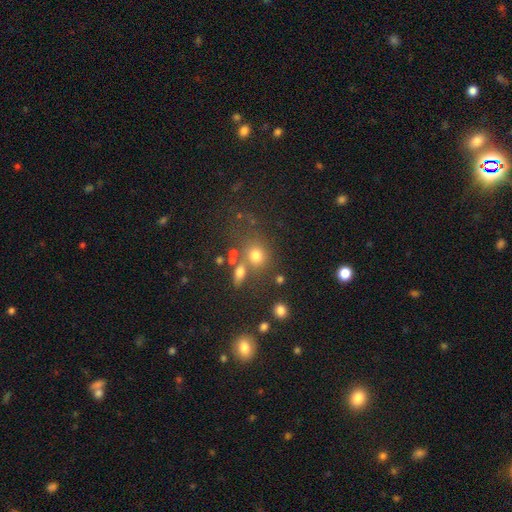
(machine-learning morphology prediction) A smooth galaxy with no disk features (72%) that is round (71%).

Vote fractions:
- Smooth or featured? smooth: 72% / star or artifact: 17% / featured or disk: 11%
- How rounded? round: 71% / in between: 27% / cigar-shaped: 2%
- Merging? none: 57% / merger: 23% / minor disturbance: 13% / major disturbance: 7%